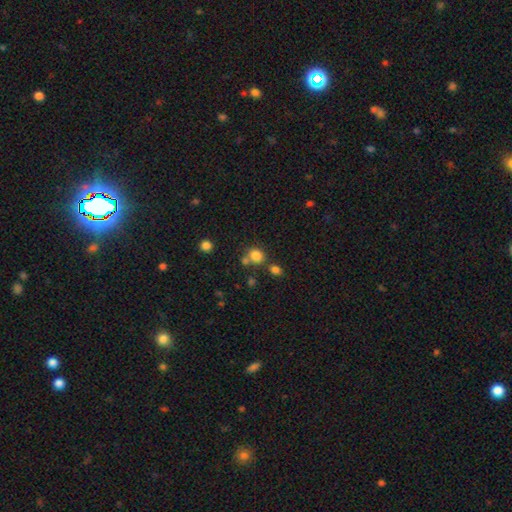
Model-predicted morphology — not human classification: The model was most divided on "merging": none: 61%, merger: 23%, minor disturbance: 11%, major disturbance: 5%. More confident: smooth or featured — smooth (80%); how rounded — round (72%).